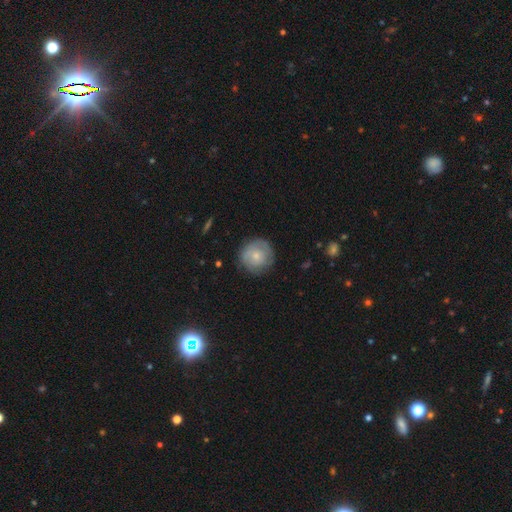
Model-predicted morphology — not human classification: Smooth or featured?
  - smooth: 57% *
  - featured or disk: 36%
  - star or artifact: 6%
How rounded?
  - round: 94% *
  - in between: 5%
  - cigar-shaped: 1%
Merging?
  - none: 78% *
  - minor disturbance: 16%
  - major disturbance: 5%
  - merger: 1%